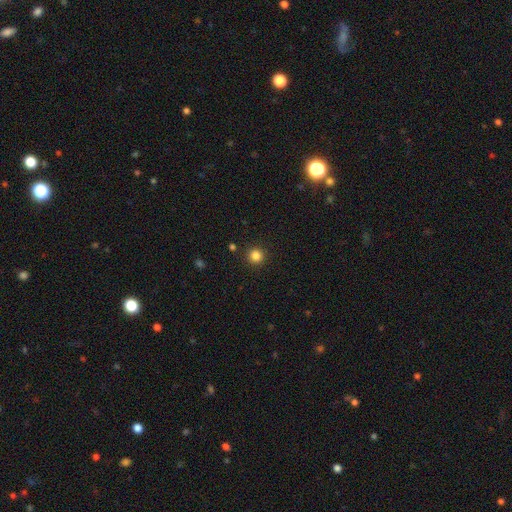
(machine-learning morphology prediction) This appears to be a smooth galaxy with no disk features (84%) that is round (95%). Merging: none (92%).